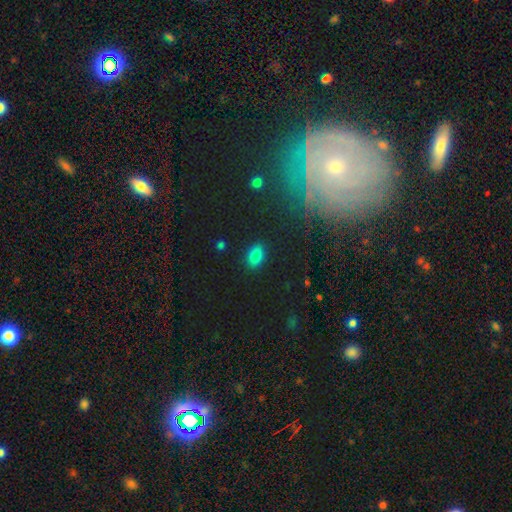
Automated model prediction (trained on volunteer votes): Smooth or featured? smooth (80%)
How rounded? in between (86%)
Merging? none (87%)